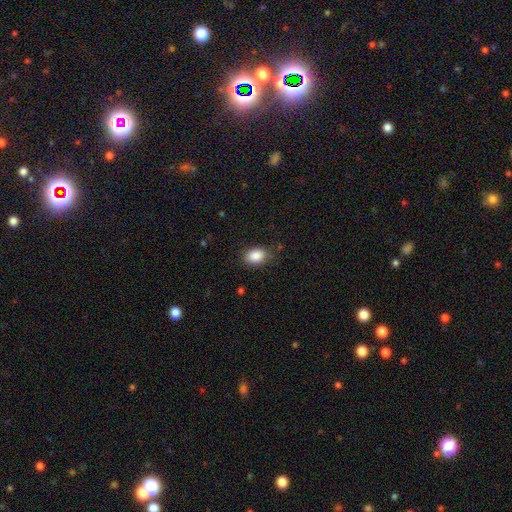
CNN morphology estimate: Smooth or featured?
  - smooth: 88% *
  - star or artifact: 8%
  - featured or disk: 4%
How rounded?
  - in between: 81% *
  - round: 18%
  - cigar-shaped: 1%
Merging?
  - none: 79% *
  - minor disturbance: 16%
  - major disturbance: 4%
  - merger: 1%